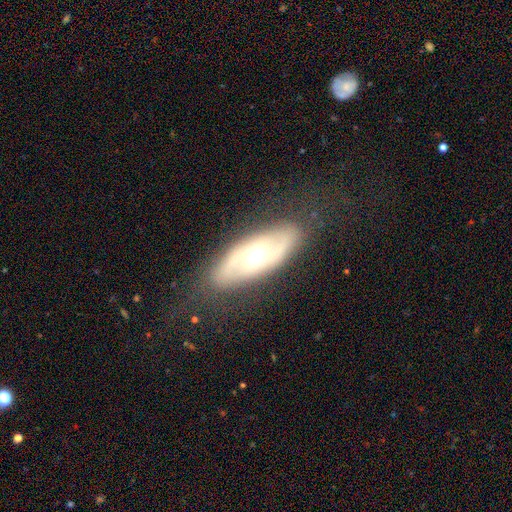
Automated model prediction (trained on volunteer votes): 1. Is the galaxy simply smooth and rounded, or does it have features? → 64% featured or disk, 30% smooth, 7% star or artifact.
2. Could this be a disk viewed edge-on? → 80% no, 20% yes.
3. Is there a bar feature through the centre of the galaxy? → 68% no, 23% weak, 9% strong.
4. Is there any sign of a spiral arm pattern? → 55% yes, 45% no.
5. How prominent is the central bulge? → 69% moderate, 17% large, 11% small, 2% dominant, 1% none.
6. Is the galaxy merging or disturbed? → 77% none, 15% minor disturbance, 7% major disturbance, 1% merger.